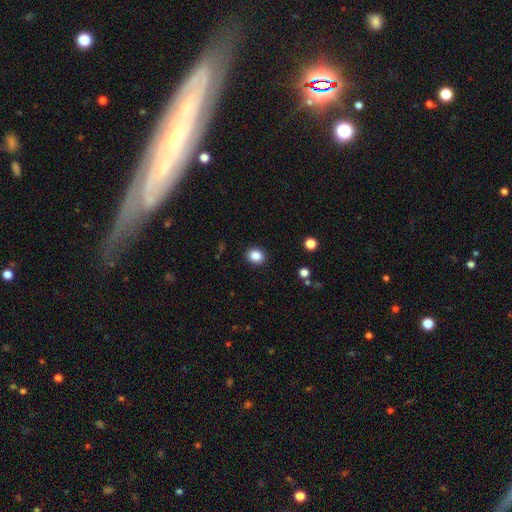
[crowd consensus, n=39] A smooth galaxy with no disk features (85%) that is round (73%). Merging: none (97%).